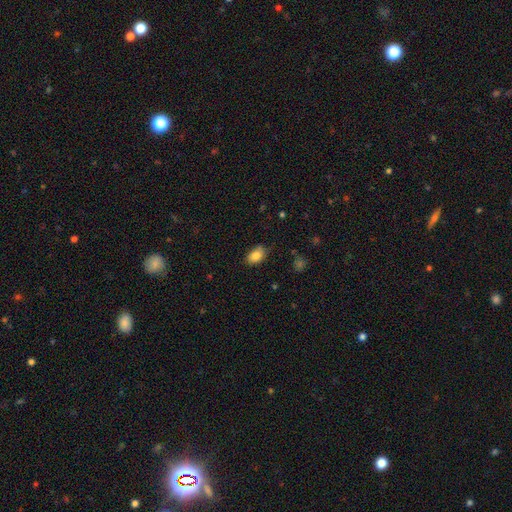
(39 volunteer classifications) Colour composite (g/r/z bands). It shows a smooth galaxy with no disk features (77%) that is in between round and cigar-shaped (83%). Merging: none (72%).